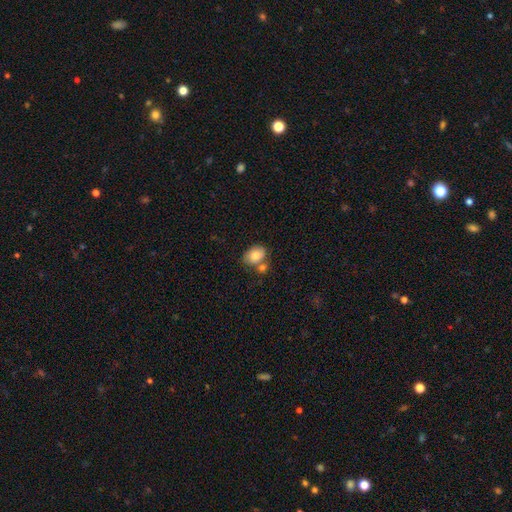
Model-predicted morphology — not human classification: smooth 82%, featured or disk 10%, star or artifact 8%. Down the decision tree: how rounded — in between (69%); merging — none (50%).